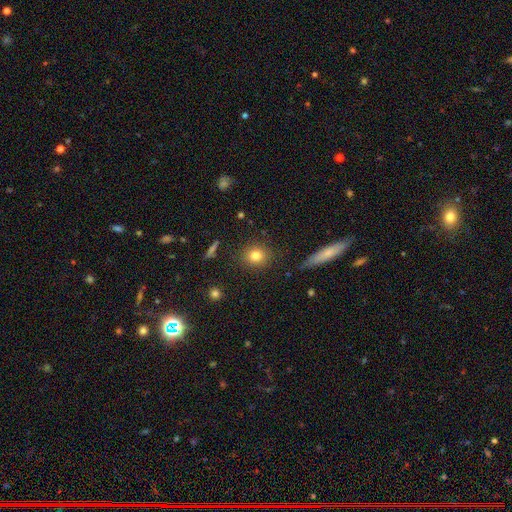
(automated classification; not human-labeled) smooth_or_featured: smooth (p=0.81) [alt: star or artifact p=0.11]
how_rounded: round (p=0.80) [alt: in between p=0.18]
merging: none (p=0.87) [alt: minor disturbance p=0.09]